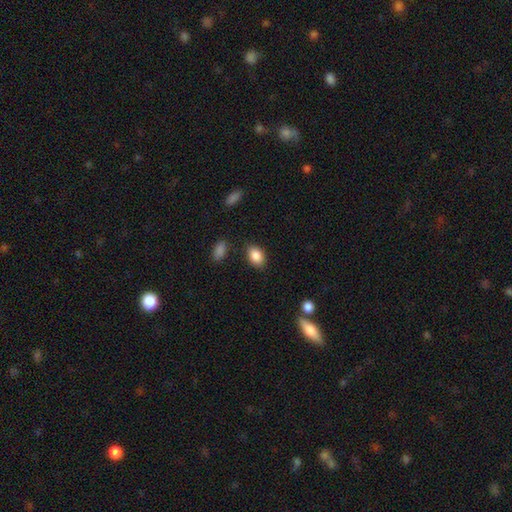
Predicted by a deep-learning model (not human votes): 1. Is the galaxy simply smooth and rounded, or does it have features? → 87% smooth, 8% star or artifact, 5% featured or disk.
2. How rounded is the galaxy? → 83% in between, 16% round, 1% cigar-shaped.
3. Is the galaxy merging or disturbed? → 83% none, 11% minor disturbance, 3% major disturbance, 3% merger.